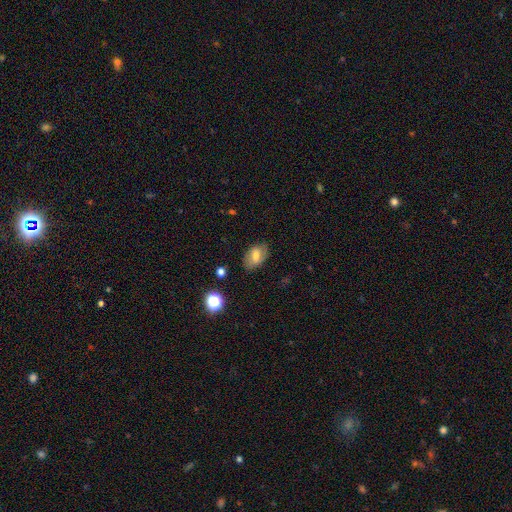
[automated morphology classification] This appears to be a smooth galaxy with no disk features (64%) that is in between round and cigar-shaped (87%). Merging: none (78%).